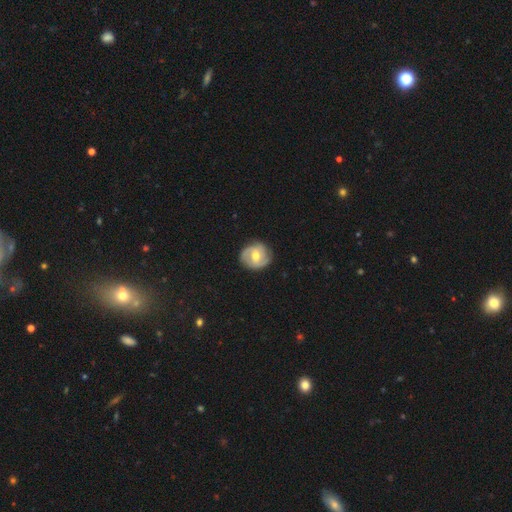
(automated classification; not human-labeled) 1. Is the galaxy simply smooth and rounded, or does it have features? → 65% featured or disk, 29% smooth, 6% star or artifact.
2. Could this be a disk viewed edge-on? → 97% no, 3% yes.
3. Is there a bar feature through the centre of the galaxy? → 46% weak, 37% no, 17% strong.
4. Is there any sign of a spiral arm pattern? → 82% yes, 18% no.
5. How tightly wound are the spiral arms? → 44% tight, 40% medium, 16% loose.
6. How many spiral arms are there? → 70% 2, 16% can't tell, 7% 3, 3% 1, 2% 4, 2% more than 4.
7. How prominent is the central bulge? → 74% moderate, 20% small, 4% large, 1% none, 1% dominant.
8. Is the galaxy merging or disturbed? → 82% none, 13% minor disturbance, 4% major disturbance, 1% merger.